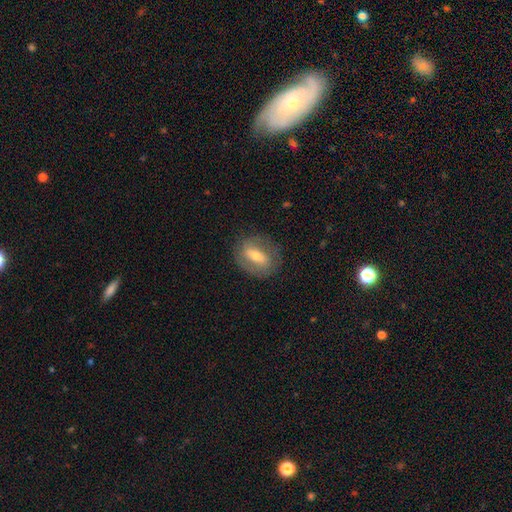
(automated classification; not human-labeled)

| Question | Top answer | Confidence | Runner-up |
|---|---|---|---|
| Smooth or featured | featured or disk | 52% | smooth (40%) |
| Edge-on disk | no | 86% | yes (14%) |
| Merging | none | 80% | minor disturbance (13%) |